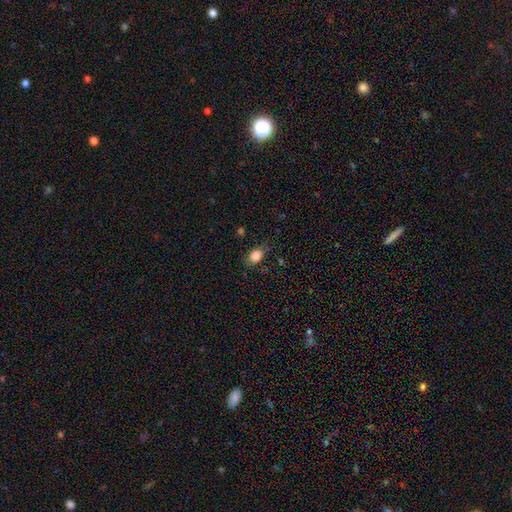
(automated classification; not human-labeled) smooth 83%, star or artifact 9%, featured or disk 8%. Down the decision tree: how rounded — in between (76%); merging — none (77%).